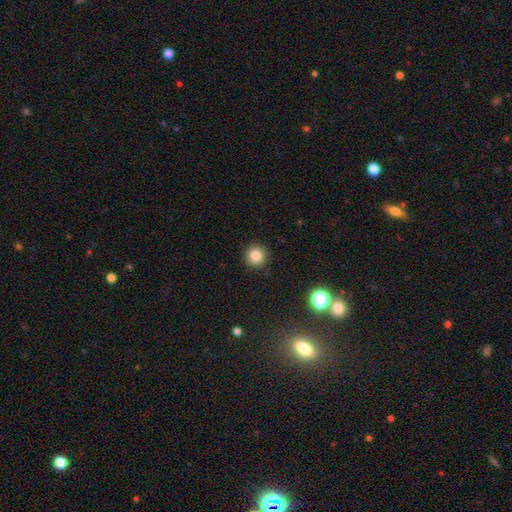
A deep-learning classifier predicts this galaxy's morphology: Smooth or featured? Predicted: smooth (p=0.83). How rounded? Predicted: round (p=0.95). Merging? Predicted: none (p=0.92).